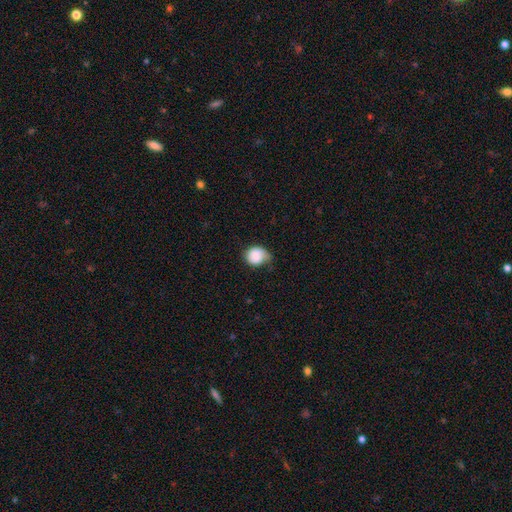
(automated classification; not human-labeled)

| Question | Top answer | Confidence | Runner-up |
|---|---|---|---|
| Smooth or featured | smooth | 83% | featured or disk (10%) |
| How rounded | round | 67% | in between (32%) |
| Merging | minor disturbance | 45% | none (36%) |